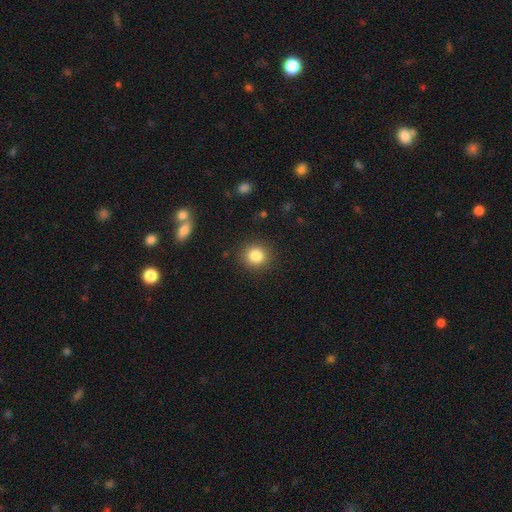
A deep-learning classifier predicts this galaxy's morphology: This is clearly a smooth galaxy (84%). How rounded: clearly round (90%). Merging: clearly none (90%).